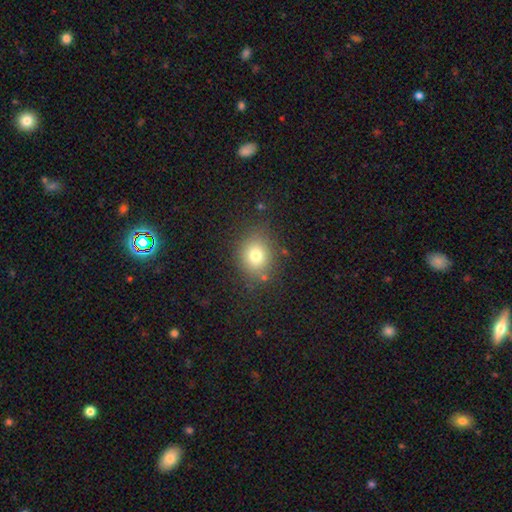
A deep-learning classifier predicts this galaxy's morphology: Overall: smooth (76%). How rounded: round (65%; in between 35%). Merging: none (82%).